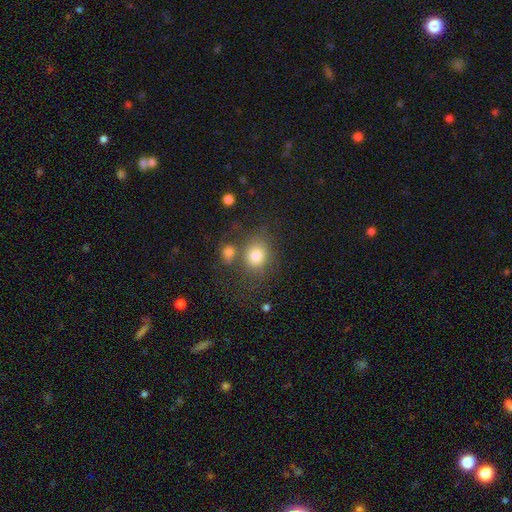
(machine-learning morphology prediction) smooth 78%, star or artifact 11%, featured or disk 11%. Down the decision tree: how rounded — round (65%); merging — none (56%).